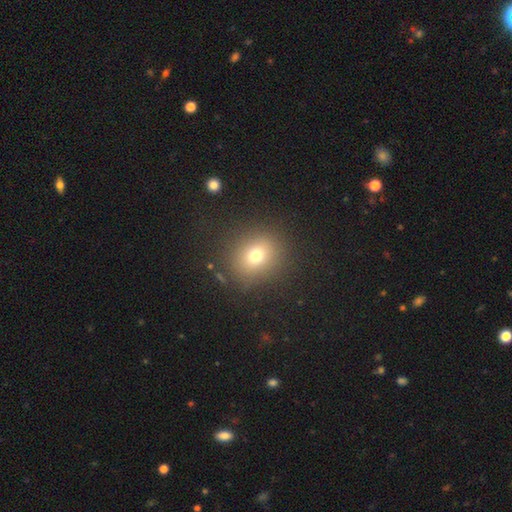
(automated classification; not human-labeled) Smooth or featured? Predicted: smooth (p=0.72). How rounded? Predicted: round (p=0.74). Merging? Predicted: none (p=0.86).